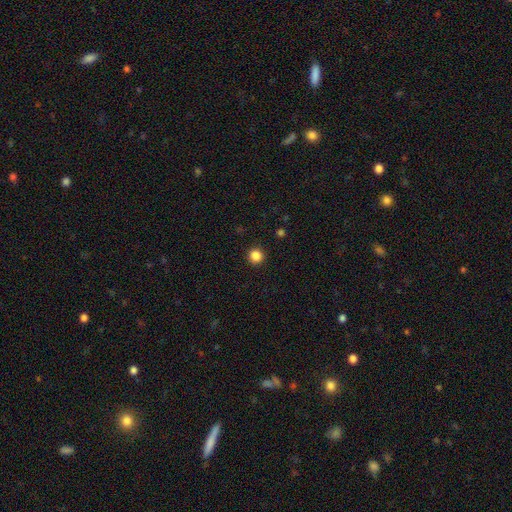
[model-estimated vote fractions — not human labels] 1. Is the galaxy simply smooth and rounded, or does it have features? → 85% smooth, 11% star or artifact, 3% featured or disk.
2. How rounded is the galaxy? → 95% round, 4% in between, 1% cigar-shaped.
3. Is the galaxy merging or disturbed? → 93% none, 4% minor disturbance, 2% major disturbance, 1% merger.